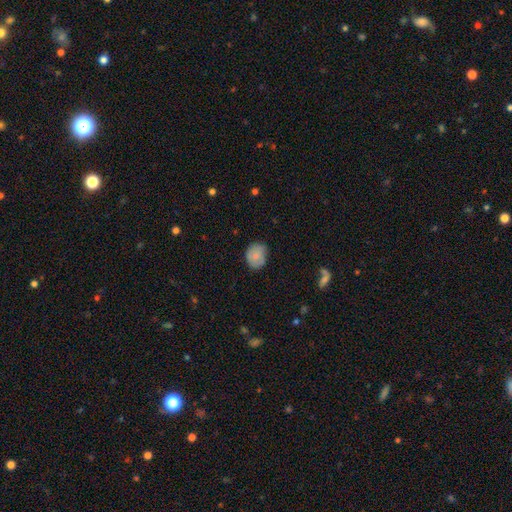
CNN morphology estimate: type=smooth (72%); roundness=round (58%); merging=none (70%).